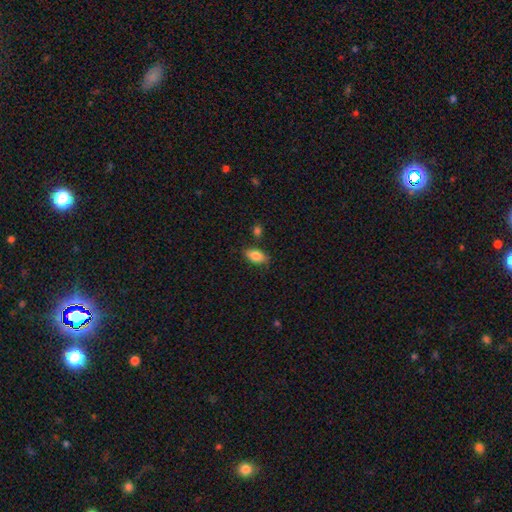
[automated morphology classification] Overall: smooth (83%). How rounded: in between (89%). Merging: none (79%).